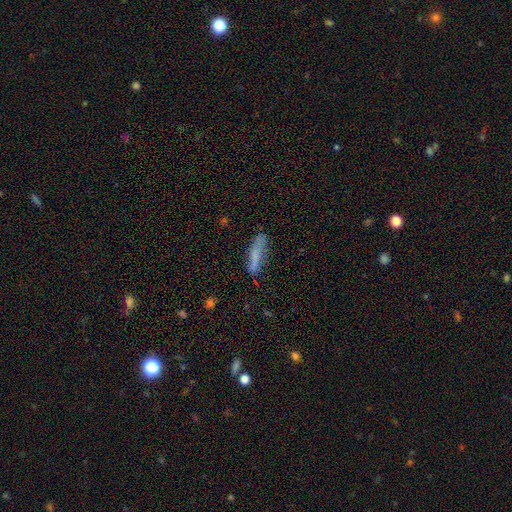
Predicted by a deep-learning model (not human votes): Smooth or featured? smooth (67%)
How rounded? cigar-shaped (78%)
Merging? none (66%)